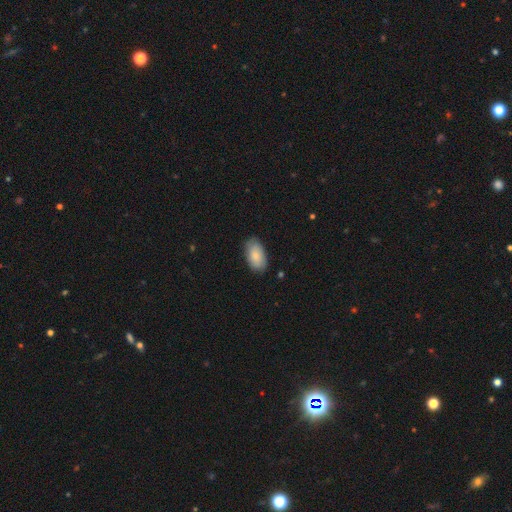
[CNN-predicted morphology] This appears to be a smooth galaxy with no disk features (83%) that is in between round and cigar-shaped (94%). Merging: none (81%).